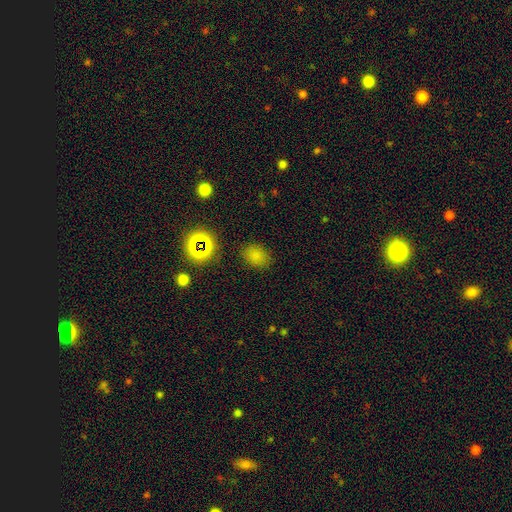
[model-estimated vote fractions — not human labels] smooth-or-featured: smooth: 75% | star or artifact: 20% | featured or disk: 5%
  how-rounded: in between: 65% | round: 34% | cigar-shaped: 1%
  merging: none: 83% | minor disturbance: 11% | major disturbance: 4% | merger: 2%